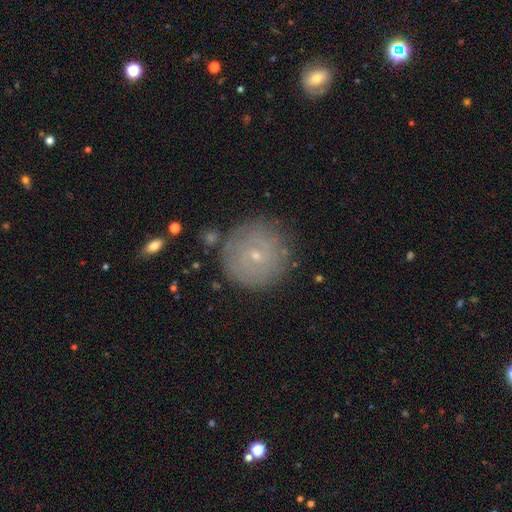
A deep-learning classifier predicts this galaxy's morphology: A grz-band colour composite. It shows a featured or disk galaxy (48%). Merging: none (83%).